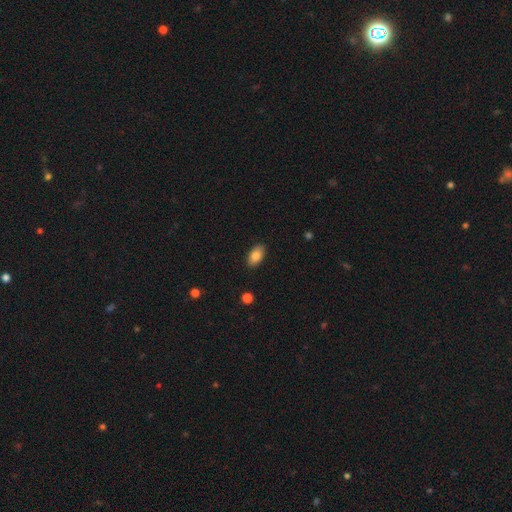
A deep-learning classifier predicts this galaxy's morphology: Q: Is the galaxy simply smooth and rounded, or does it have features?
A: smooth — 84%.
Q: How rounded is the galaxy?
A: in between — 93%.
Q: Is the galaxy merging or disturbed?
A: none — 88%.